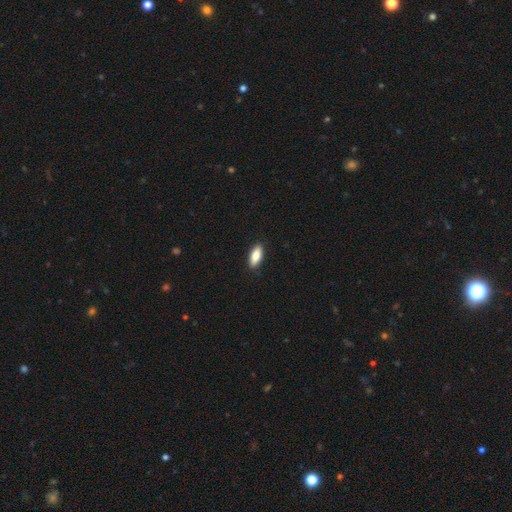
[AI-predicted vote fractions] Smooth or featured?
  - smooth: 83% *
  - featured or disk: 11%
  - star or artifact: 6%
How rounded?
  - in between: 79% *
  - cigar-shaped: 18%
  - round: 2%
Merging?
  - none: 89% *
  - minor disturbance: 8%
  - major disturbance: 2%
  - merger: 1%